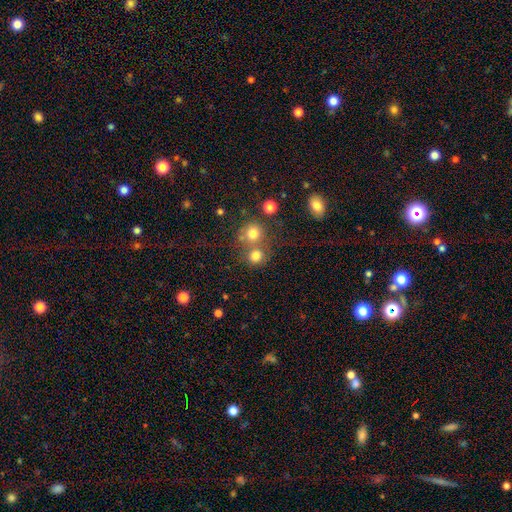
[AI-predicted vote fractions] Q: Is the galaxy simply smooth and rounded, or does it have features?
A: smooth — 77%.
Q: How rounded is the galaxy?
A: round — 86%.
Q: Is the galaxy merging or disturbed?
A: none — 56%.